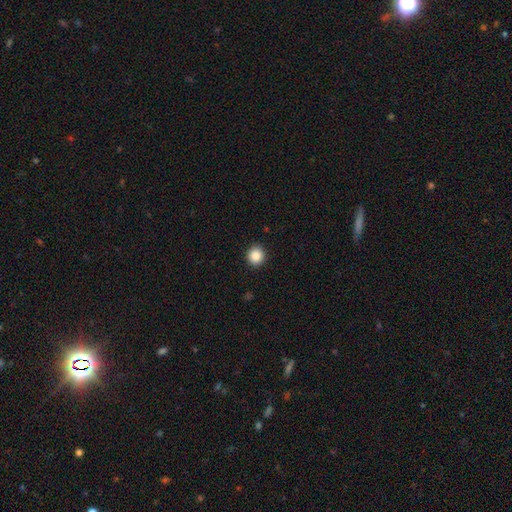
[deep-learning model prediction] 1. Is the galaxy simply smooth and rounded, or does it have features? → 87% smooth, 10% star or artifact, 4% featured or disk.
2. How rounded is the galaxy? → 91% round, 8% in between, 1% cigar-shaped.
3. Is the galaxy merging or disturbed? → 92% none, 5% minor disturbance, 2% major disturbance, 1% merger.